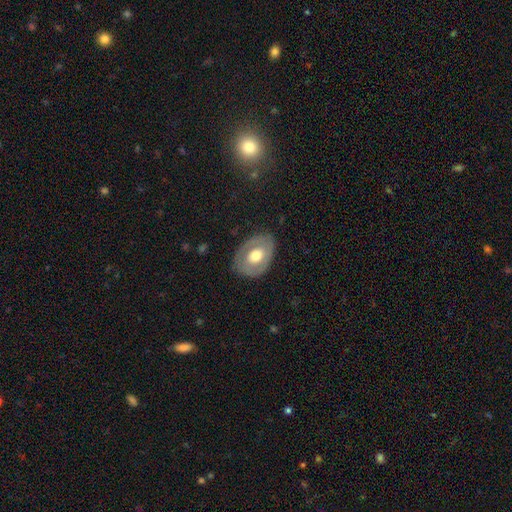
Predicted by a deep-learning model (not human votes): A featured or disk galaxy (51%). Merging: none (78%).